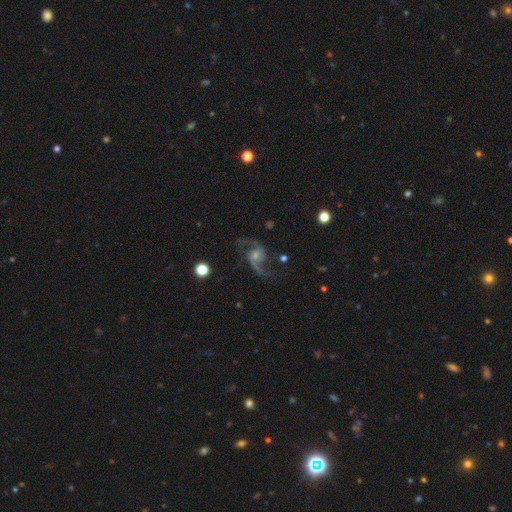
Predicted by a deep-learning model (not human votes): Smooth or featured? Predicted: featured or disk (p=0.90). Edge-on disk? Predicted: no (p=0.98). Bar? Predicted: no (p=0.63). Spiral arms? Predicted: yes (p=0.97). Spiral winding? Predicted: loose (p=0.61). Spiral arm count? Predicted: 2 (p=0.94). Bulge size? Predicted: small (p=0.53). Merging? Predicted: none (p=0.72).